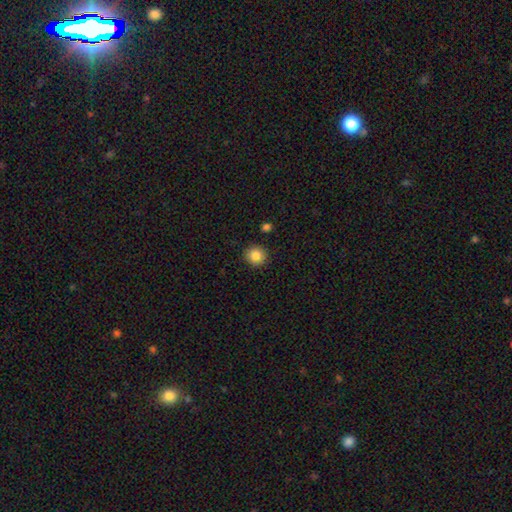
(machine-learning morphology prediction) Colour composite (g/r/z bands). It shows a smooth galaxy with no disk features (85%) that is round (92%). Merging: none (91%).